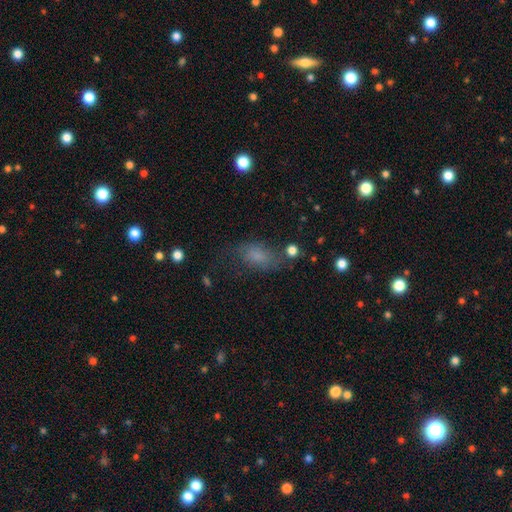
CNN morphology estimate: Smooth or featured: smooth — 68% (featured or disk — 18%)
How rounded: in between — 86% (round — 10%)
Merging: none — 55% (minor disturbance — 24%)